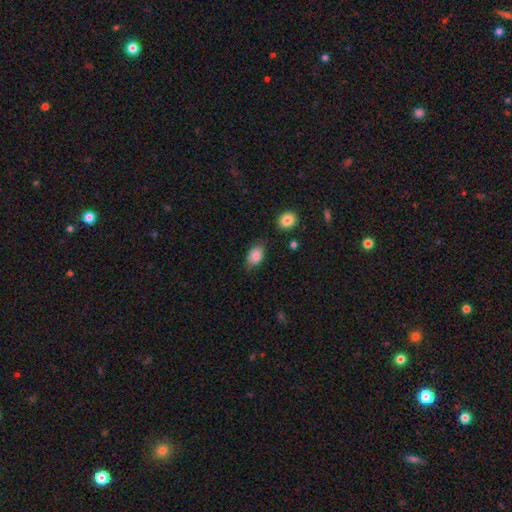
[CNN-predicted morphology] Overall: smooth (86%). How rounded: in between (86%). Merging: none (70%).